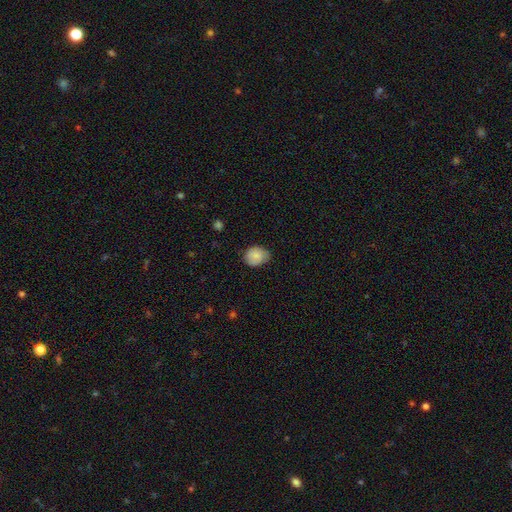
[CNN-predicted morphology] Smooth or featured: smooth — 79% (featured or disk — 13%)
How rounded: in between — 50% (round — 49%)
Merging: none — 65% (minor disturbance — 29%)